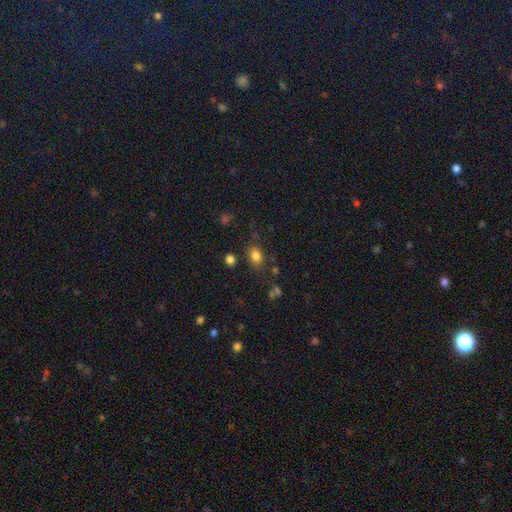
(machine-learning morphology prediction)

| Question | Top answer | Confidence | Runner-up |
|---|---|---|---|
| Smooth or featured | smooth | 81% | star or artifact (12%) |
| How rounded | in between | 72% | round (27%) |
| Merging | none | 76% | minor disturbance (14%) |